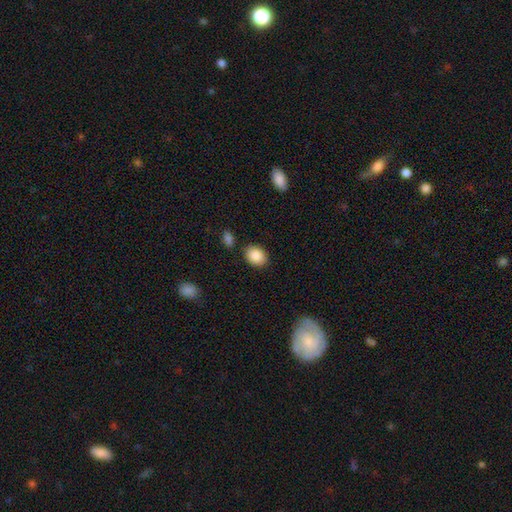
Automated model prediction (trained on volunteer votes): This appears to be a smooth galaxy with no disk features (89%) that is in between round and cigar-shaped (65%). Merging: none (84%).